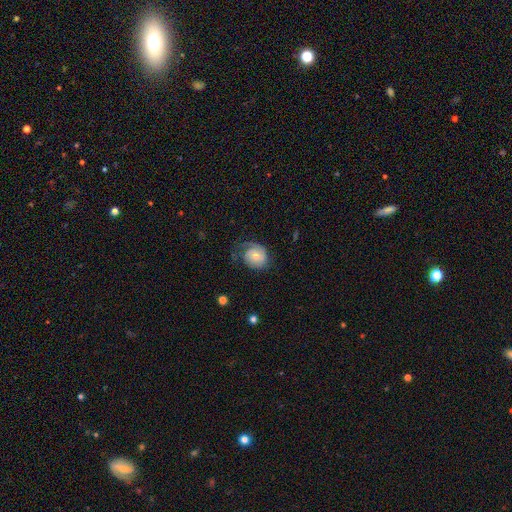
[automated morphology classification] type=featured or disk (59%); edge-on=no (97%); bar=no (74%); spiral arms=yes (88%); winding=tight (45%); arm count=1 (56%); bulge=small (53%); merging=none (47%).